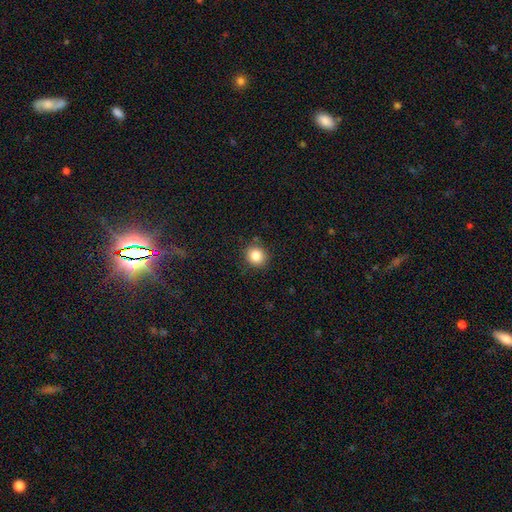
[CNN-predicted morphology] A smooth galaxy with no disk features (85%) that is round (85%).

Vote fractions:
- Smooth or featured? smooth: 85% / star or artifact: 10% / featured or disk: 5%
- How rounded? round: 85% / in between: 14% / cigar-shaped: 1%
- Merging? none: 87% / minor disturbance: 9% / major disturbance: 2% / merger: 2%